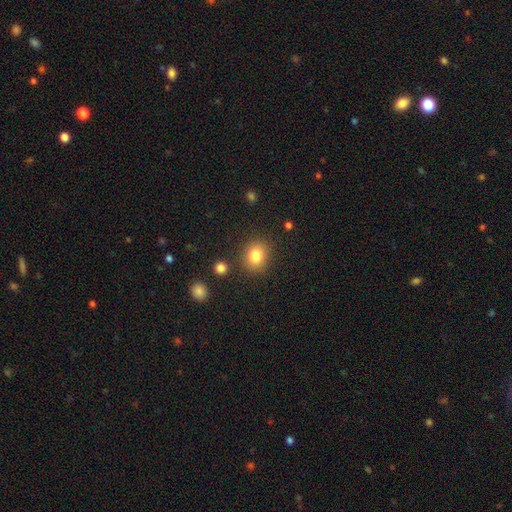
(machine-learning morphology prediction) A smooth galaxy with no disk features (82%) that is round (68%). Merging: none (85%).